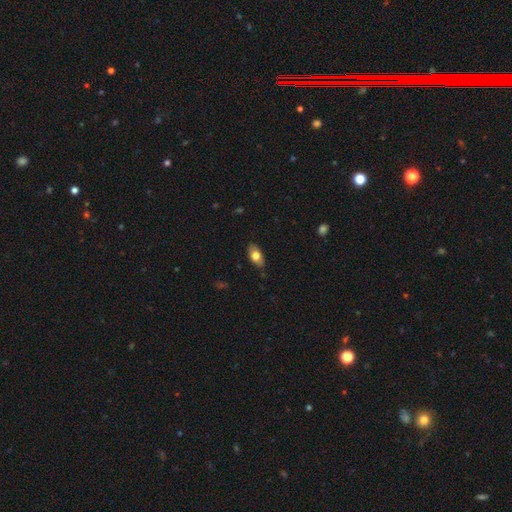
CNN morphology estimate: Overall: smooth (71%). How rounded: in between (90%). Merging: none (83%).